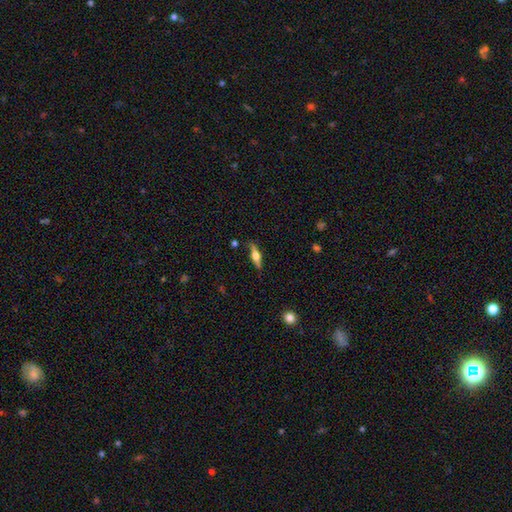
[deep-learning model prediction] featured or disk 58%, smooth 35%, star or artifact 6%. Down the decision tree: edge-on disk — yes (95%); edge-on bulge — rounded (92%); merging — none (82%).